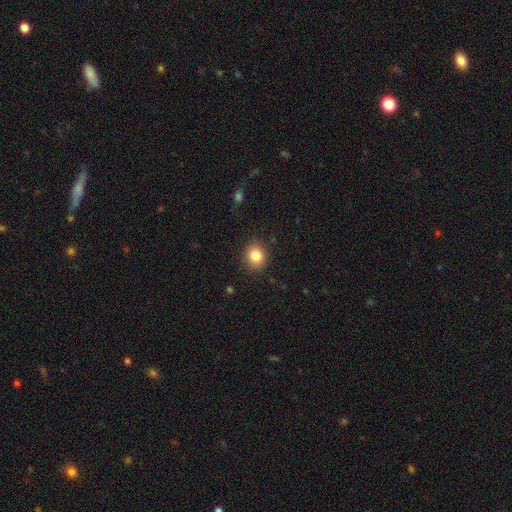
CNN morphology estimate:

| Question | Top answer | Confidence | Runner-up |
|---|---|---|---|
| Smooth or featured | smooth | 84% | star or artifact (10%) |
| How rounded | round | 71% | in between (28%) |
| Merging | none | 87% | minor disturbance (9%) |